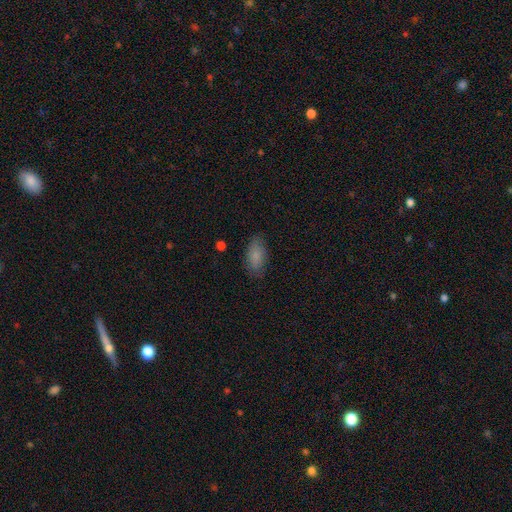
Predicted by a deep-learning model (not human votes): Smooth or featured: smooth — 84% (featured or disk — 9%)
How rounded: in between — 90% (cigar-shaped — 6%)
Merging: none — 80% (minor disturbance — 15%)